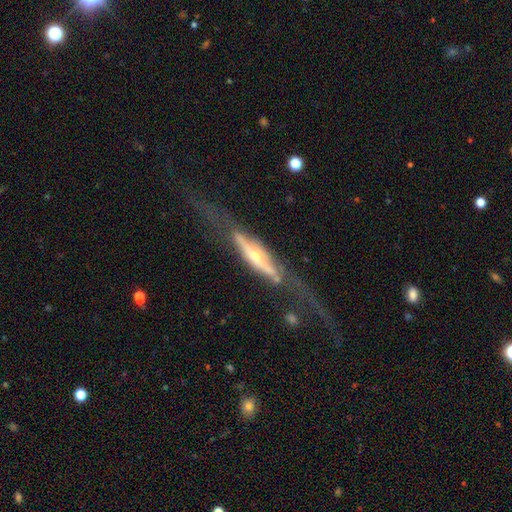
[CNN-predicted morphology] This is likely a featured or disk galaxy (80%). It is likely viewed edge-on (72%). Edge-on bulge: clearly rounded (82%). Merging: marginally none (43%).